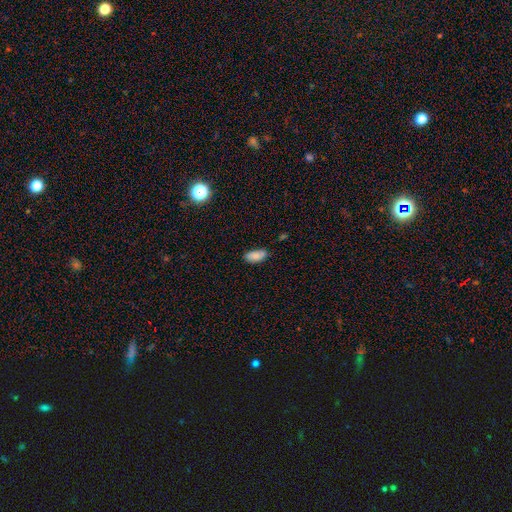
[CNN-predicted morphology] This is clearly a smooth galaxy (85%). How rounded: clearly in between (90%). Merging: likely none (73%).